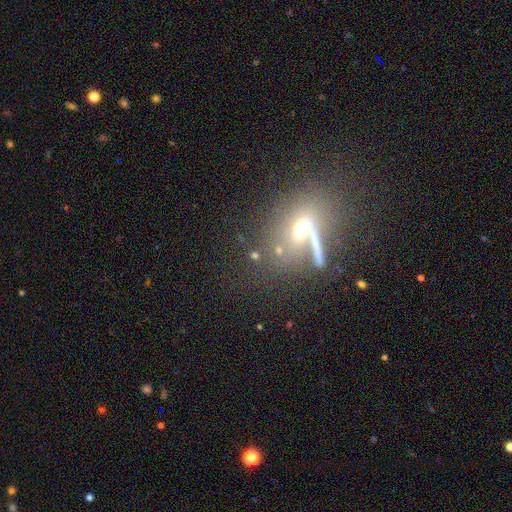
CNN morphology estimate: A smooth galaxy with no disk features (47%). Merging: none (54%).